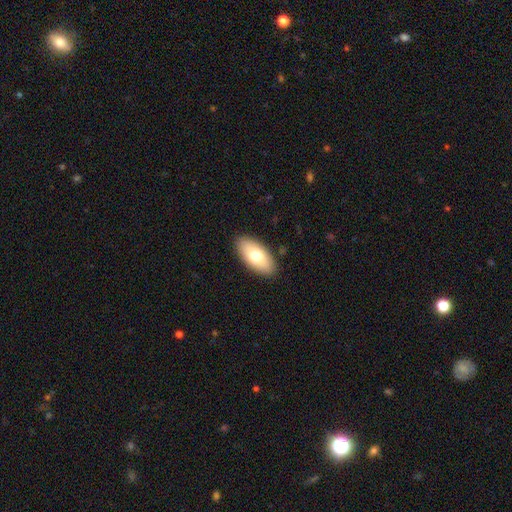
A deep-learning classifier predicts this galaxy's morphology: A smooth galaxy with no disk features (72%) that is in between round and cigar-shaped (92%). Merging: none (88%).